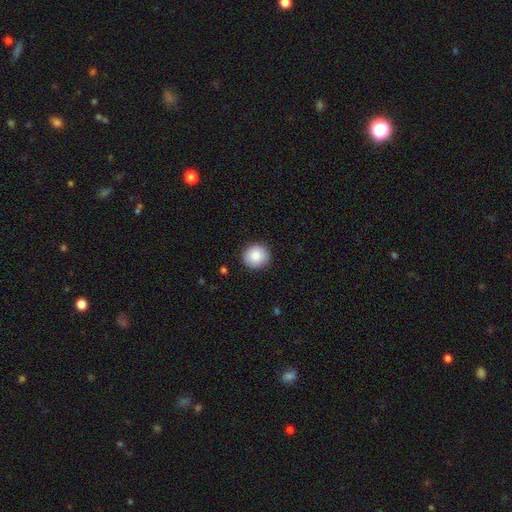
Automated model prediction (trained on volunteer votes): Smooth or featured? smooth (87%)
How rounded? round (91%)
Merging? none (90%)